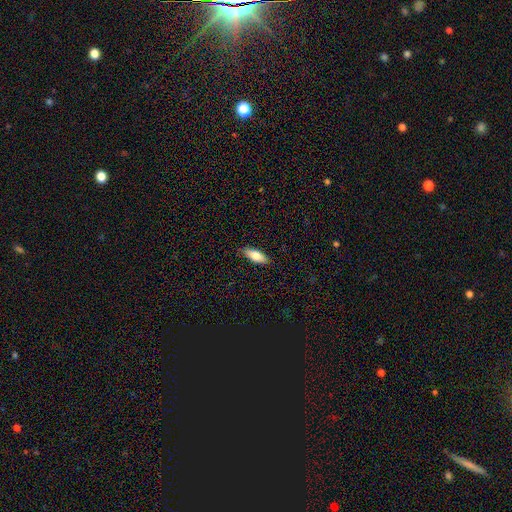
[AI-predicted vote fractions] This appears to be a smooth galaxy with no disk features (76%) that is in between round and cigar-shaped (70%). Merging: none (87%).